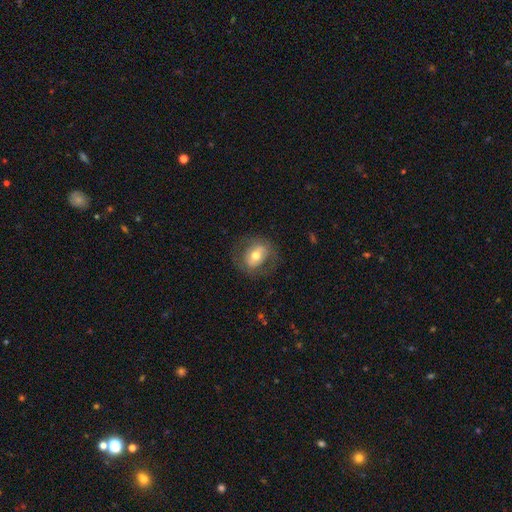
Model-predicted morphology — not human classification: This is possibly a smooth galaxy (51%). How rounded: possibly round (51%). Merging: likely none (73%).